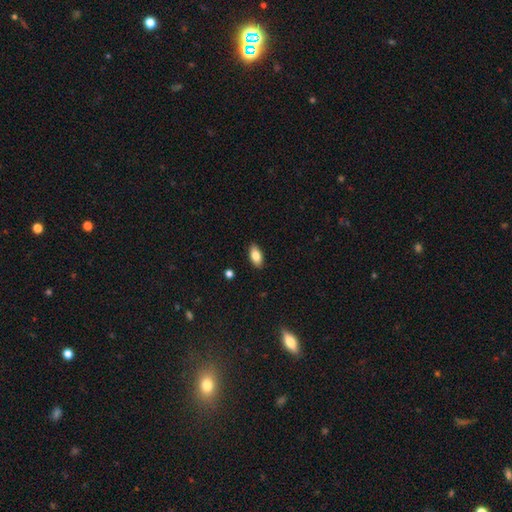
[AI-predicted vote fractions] smooth_or_featured: smooth (p=0.80) [alt: featured or disk p=0.12]
how_rounded: in between (p=0.90) [alt: cigar-shaped p=0.07]
merging: none (p=0.88) [alt: minor disturbance p=0.09]